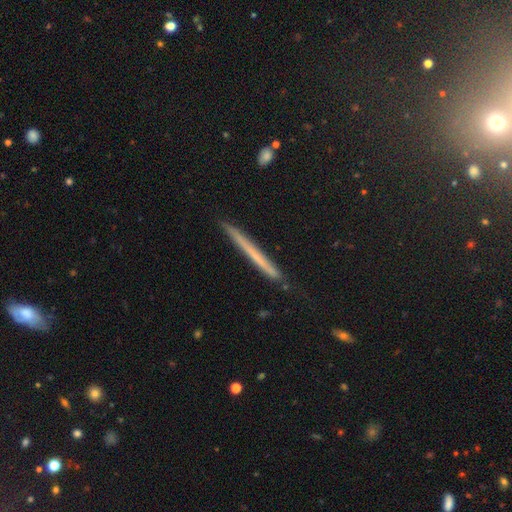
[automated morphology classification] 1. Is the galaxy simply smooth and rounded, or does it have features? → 48% smooth, 43% featured or disk, 9% star or artifact.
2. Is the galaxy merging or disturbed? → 85% none, 11% minor disturbance, 2% major disturbance, 1% merger.